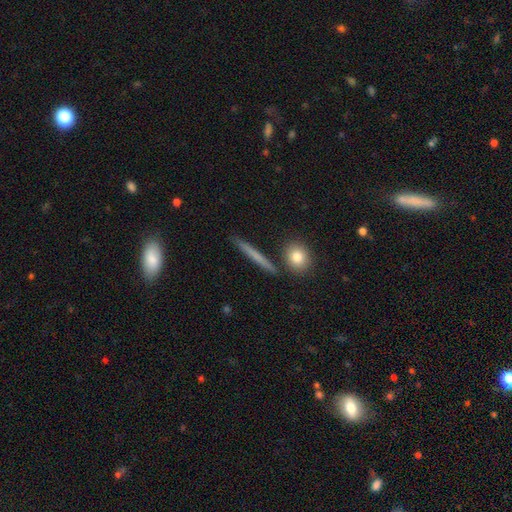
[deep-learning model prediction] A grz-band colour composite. It shows a smooth galaxy with no disk features (57%) that is cigar-shaped (91%). Merging: none (87%).